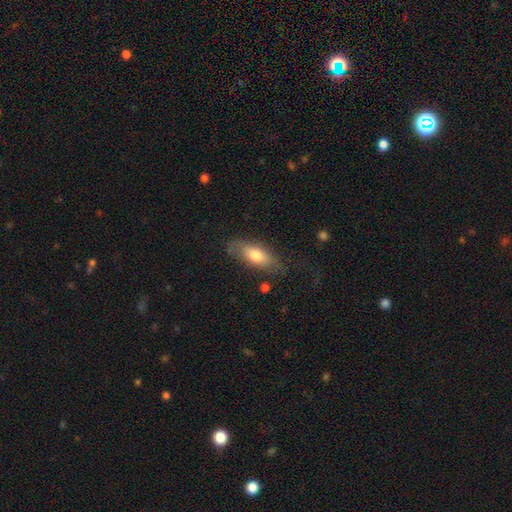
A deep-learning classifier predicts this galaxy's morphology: smooth 71%, featured or disk 23%, star or artifact 7%. Down the decision tree: how rounded — in between (71%); merging — none (74%).